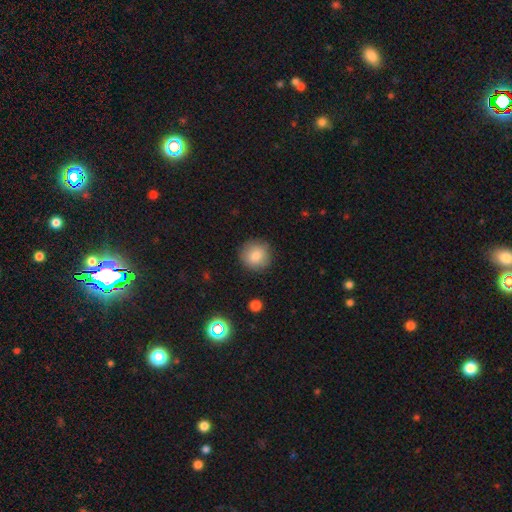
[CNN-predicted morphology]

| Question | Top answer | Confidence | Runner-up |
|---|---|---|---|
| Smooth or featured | smooth | 82% | star or artifact (9%) |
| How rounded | round | 93% | in between (6%) |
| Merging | none | 88% | minor disturbance (9%) |